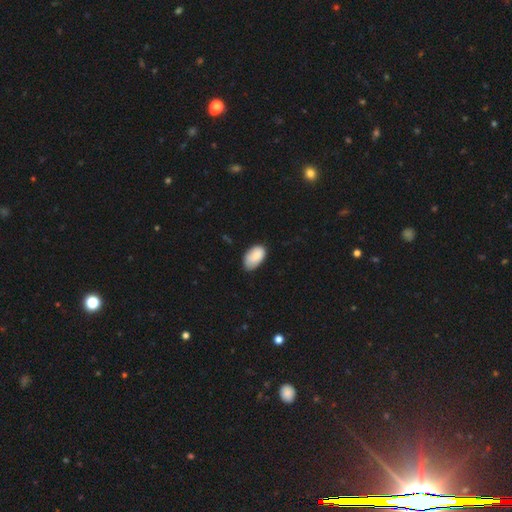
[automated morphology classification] smooth_or_featured: smooth (p=0.86) [alt: featured or disk p=0.07]
how_rounded: in between (p=0.94) [alt: round p=0.05]
merging: none (p=0.62) [alt: minor disturbance p=0.32]